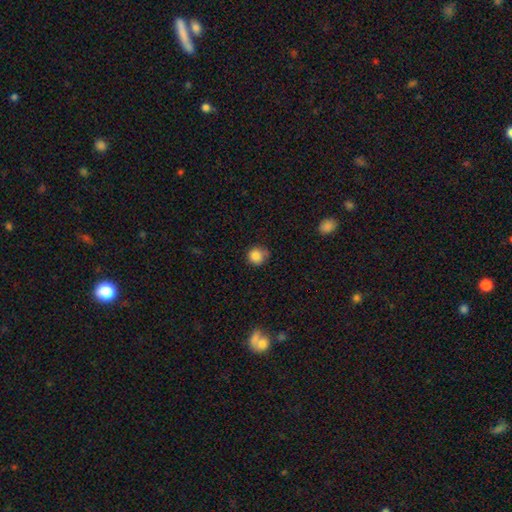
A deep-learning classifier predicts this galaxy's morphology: Smooth or featured? smooth (85%)
How rounded? round (92%)
Merging? none (68%)